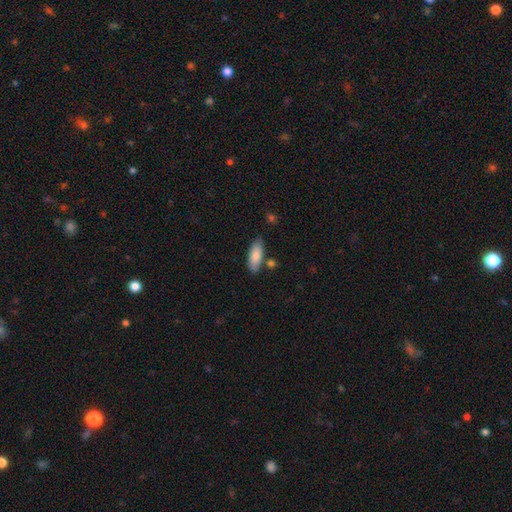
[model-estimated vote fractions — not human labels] Q: Smooth or featured?
A: smooth (83%); runner-up: featured or disk (11%)
Q: How rounded?
A: in between (70%); runner-up: cigar-shaped (28%)
Q: Merging?
A: none (75%); runner-up: minor disturbance (15%)